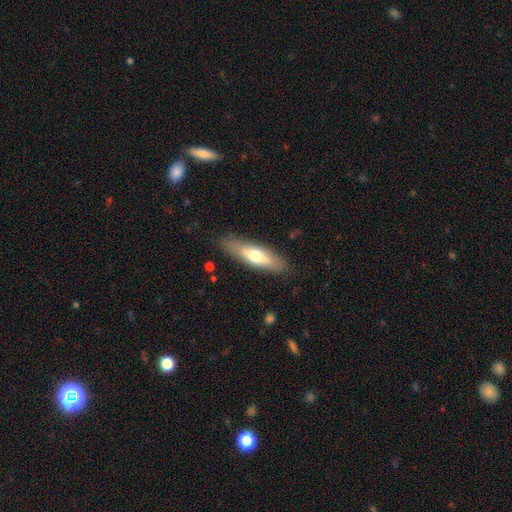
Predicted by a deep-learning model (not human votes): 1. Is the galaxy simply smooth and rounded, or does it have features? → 59% smooth, 36% featured or disk, 6% star or artifact.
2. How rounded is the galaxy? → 58% cigar-shaped, 40% in between, 2% round.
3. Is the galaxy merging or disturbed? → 84% none, 12% minor disturbance, 3% major disturbance, 1% merger.